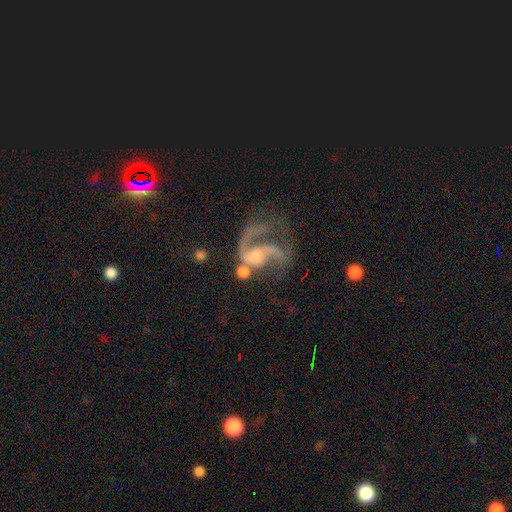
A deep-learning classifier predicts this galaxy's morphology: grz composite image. It shows a featured or disk galaxy (86%) with no bar (52%), 2 (68%) loose (49%) spiral arms (94%) and a small central bulge (48%). Merging: none (36%).